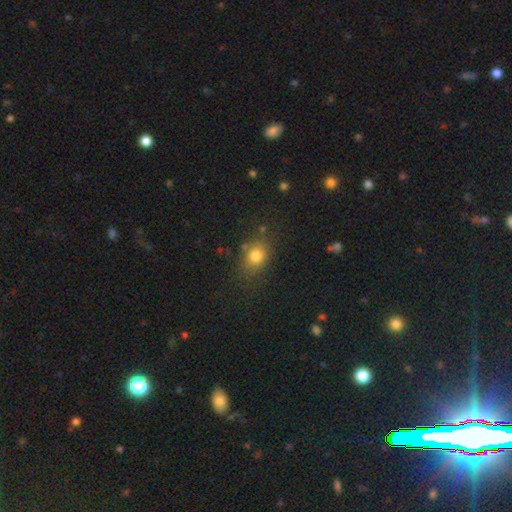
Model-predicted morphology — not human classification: Smooth or featured?
  - smooth: 79% *
  - star or artifact: 12%
  - featured or disk: 9%
How rounded?
  - in between: 53% *
  - round: 45%
  - cigar-shaped: 2%
Merging?
  - none: 75% *
  - minor disturbance: 16%
  - major disturbance: 6%
  - merger: 3%